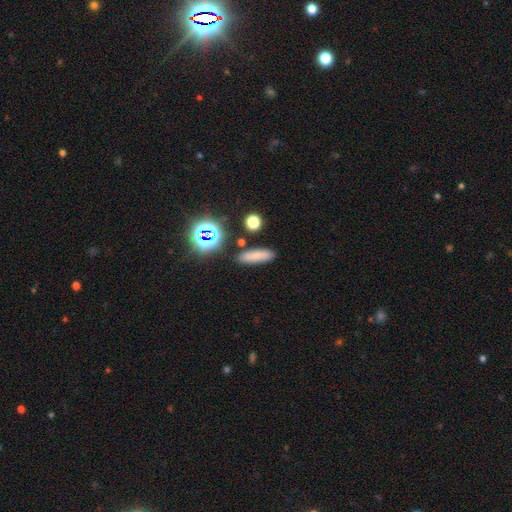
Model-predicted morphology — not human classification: smooth 72%, star or artifact 17%, featured or disk 11%. Down the decision tree: how rounded — cigar-shaped (55%); merging — none (85%).